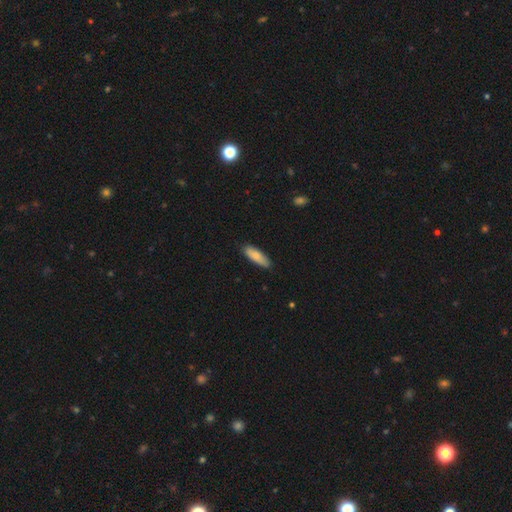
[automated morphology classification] type=smooth (82%); roundness=in between (52%); merging=none (83%).